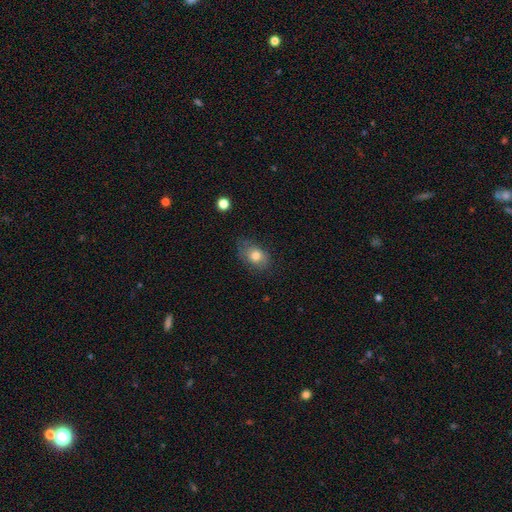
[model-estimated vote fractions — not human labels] Q: Smooth or featured?
A: smooth (77%); runner-up: featured or disk (14%)
Q: How rounded?
A: in between (76%); runner-up: round (23%)
Q: Merging?
A: none (65%); runner-up: minor disturbance (26%)